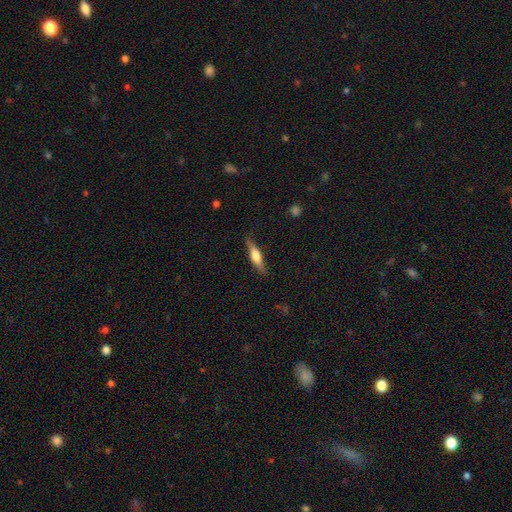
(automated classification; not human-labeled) Smooth or featured?
  - featured or disk: 49% *
  - smooth: 45%
  - star or artifact: 6%
Merging?
  - none: 82% *
  - minor disturbance: 14%
  - major disturbance: 3%
  - merger: 1%